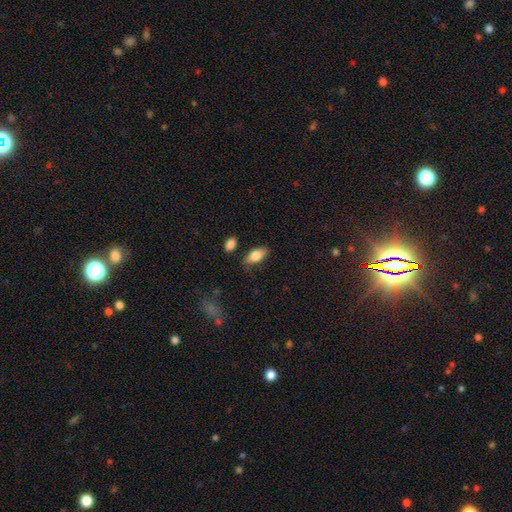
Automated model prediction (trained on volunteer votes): A smooth galaxy with no disk features (78%) that is in between round and cigar-shaped (87%). Merging: none (80%).